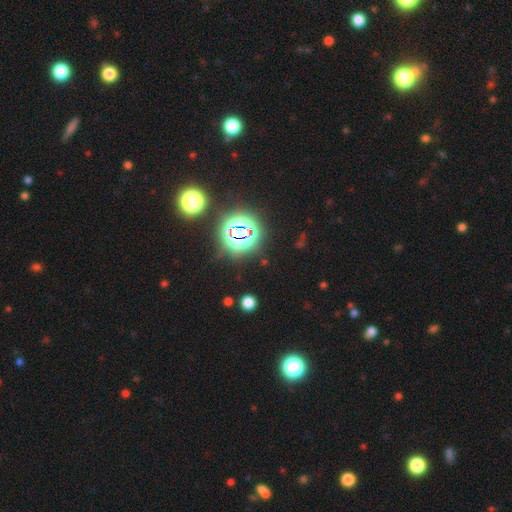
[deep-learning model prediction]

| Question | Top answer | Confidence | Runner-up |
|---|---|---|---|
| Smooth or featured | star or artifact | 79% | smooth (14%) |